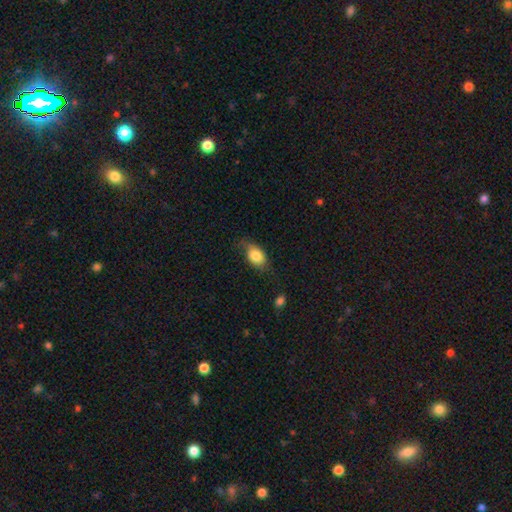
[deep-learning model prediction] This is likely a smooth galaxy (78%). How rounded: clearly in between (84%). Merging: possibly none (51%).